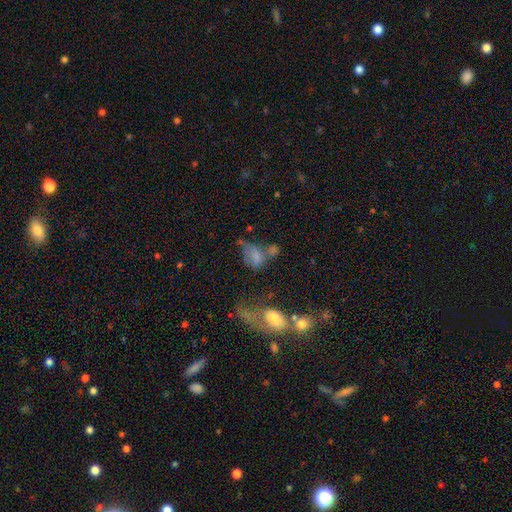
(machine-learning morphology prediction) smooth_or_featured: smooth (p=0.58) [alt: featured or disk p=0.26]
how_rounded: in between (p=0.78) [alt: round p=0.18]
merging: merger (p=0.32) [alt: major disturbance p=0.28]